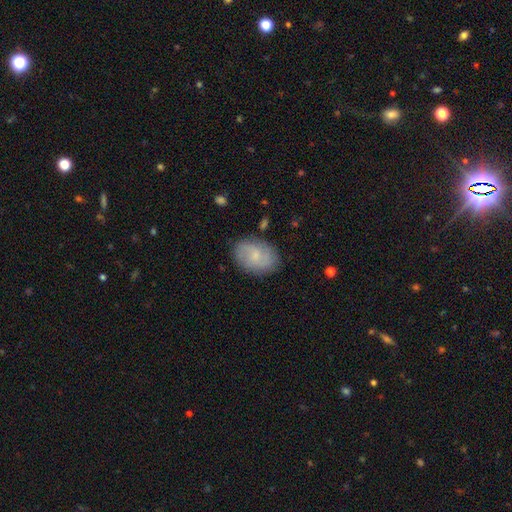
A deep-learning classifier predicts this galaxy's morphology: Smooth or featured? Predicted: featured or disk (p=0.55). Edge-on disk? Predicted: no (p=0.97). Bar? Predicted: no (p=0.57). Spiral arms? Predicted: yes (p=0.88). Bulge size? Predicted: small (p=0.64). Merging? Predicted: none (p=0.80).